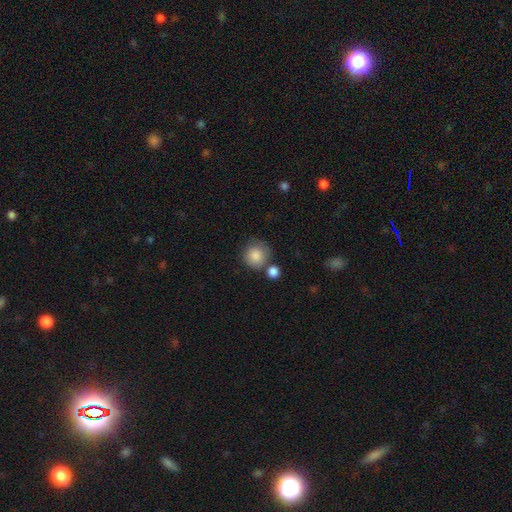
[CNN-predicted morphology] Overall: smooth (86%). How rounded: round (90%). Merging: none (67%).